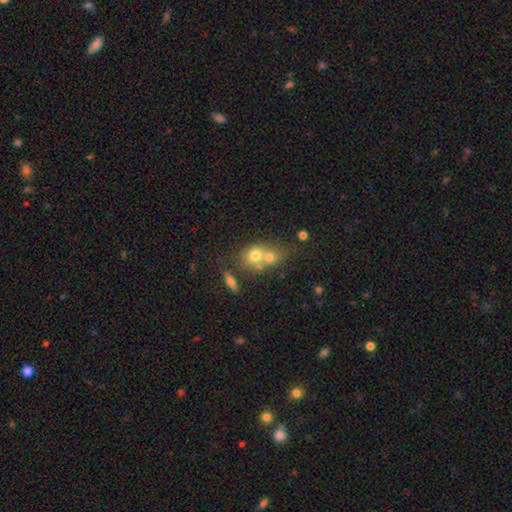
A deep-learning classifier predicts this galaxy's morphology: Q: Smooth or featured?
A: smooth (68%); runner-up: featured or disk (21%)
Q: How rounded?
A: round (61%); runner-up: in between (37%)
Q: Merging?
A: merger (62%); runner-up: none (27%)